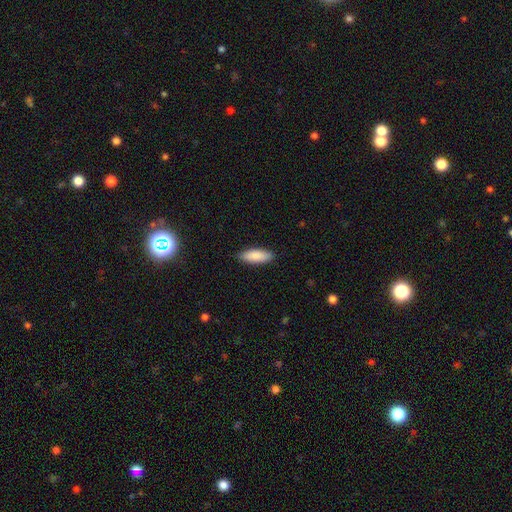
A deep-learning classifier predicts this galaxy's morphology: Smooth or featured?
  - smooth: 88% *
  - featured or disk: 7%
  - star or artifact: 6%
How rounded?
  - in between: 68% *
  - cigar-shaped: 31%
  - round: 2%
Merging?
  - none: 87% *
  - minor disturbance: 10%
  - major disturbance: 2%
  - merger: 1%